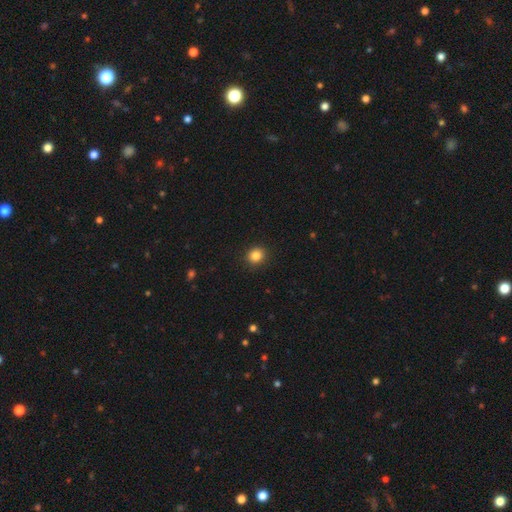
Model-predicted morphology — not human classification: Q: Smooth or featured?
A: smooth (85%); runner-up: star or artifact (11%)
Q: How rounded?
A: round (85%); runner-up: in between (14%)
Q: Merging?
A: none (91%); runner-up: minor disturbance (6%)